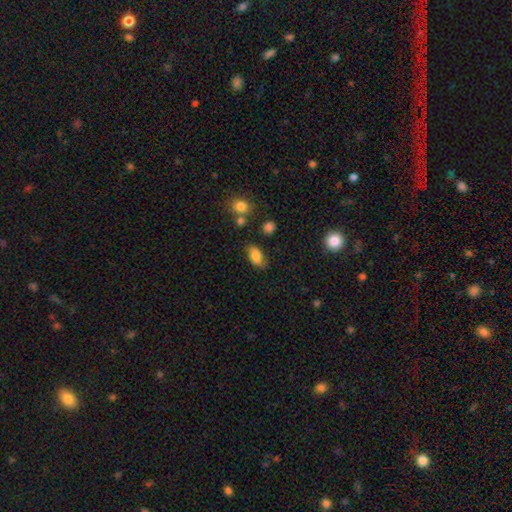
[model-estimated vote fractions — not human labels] Smooth or featured?
  - smooth: 78% *
  - featured or disk: 13%
  - star or artifact: 9%
How rounded?
  - in between: 91% *
  - round: 6%
  - cigar-shaped: 3%
Merging?
  - none: 69% *
  - minor disturbance: 22%
  - major disturbance: 6%
  - merger: 3%